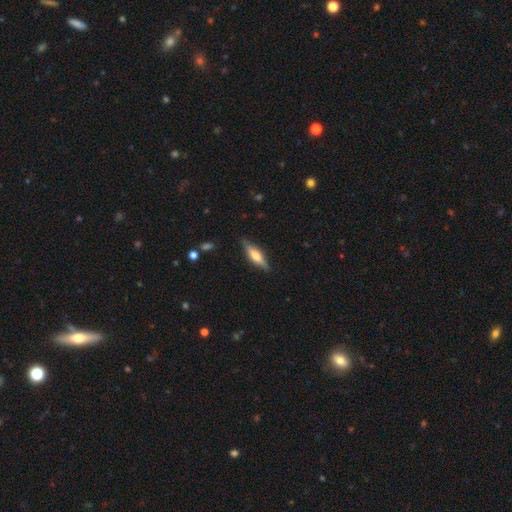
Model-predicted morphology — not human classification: Q: Smooth or featured?
A: featured or disk (54%); runner-up: smooth (39%)
Q: Edge-on disk?
A: yes (93%); runner-up: no (7%)
Q: Edge-on bulge?
A: rounded (82%); runner-up: boxy (13%)
Q: Merging?
A: none (84%); runner-up: minor disturbance (12%)